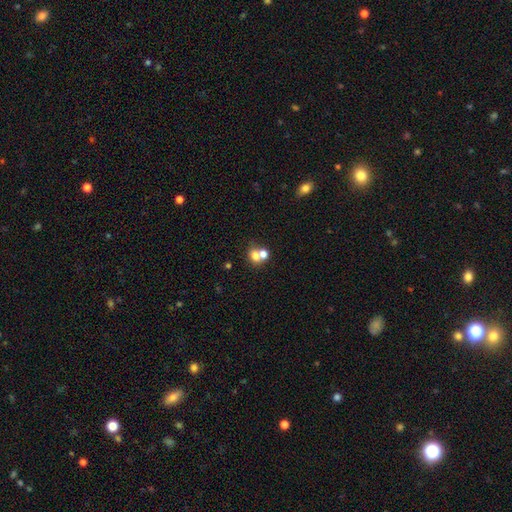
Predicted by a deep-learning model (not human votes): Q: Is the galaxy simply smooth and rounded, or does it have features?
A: smooth — 70%.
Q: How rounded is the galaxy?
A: round — 67%.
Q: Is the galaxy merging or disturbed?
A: merger — 55%.